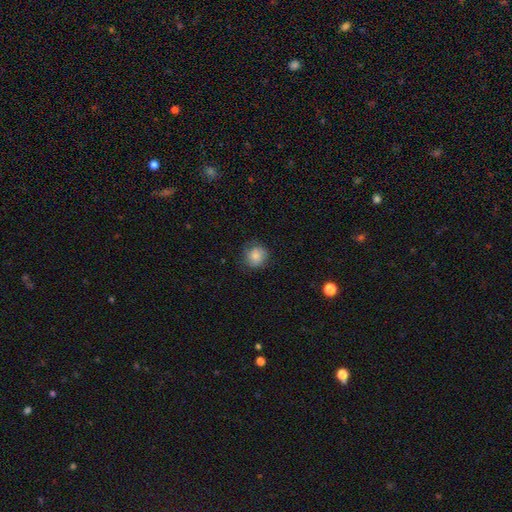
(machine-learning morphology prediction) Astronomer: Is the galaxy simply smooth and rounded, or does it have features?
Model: smooth — 78%.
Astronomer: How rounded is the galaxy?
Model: round — 86%.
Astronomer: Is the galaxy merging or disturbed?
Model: none — 75%.